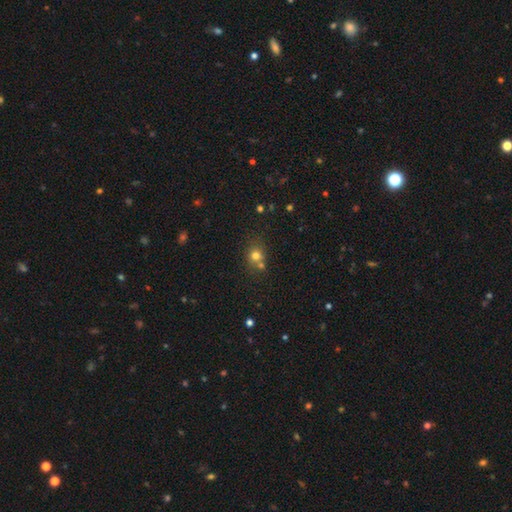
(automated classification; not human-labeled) Morphology: type=smooth (73%); roundness=round (81%); merging=none (58%).